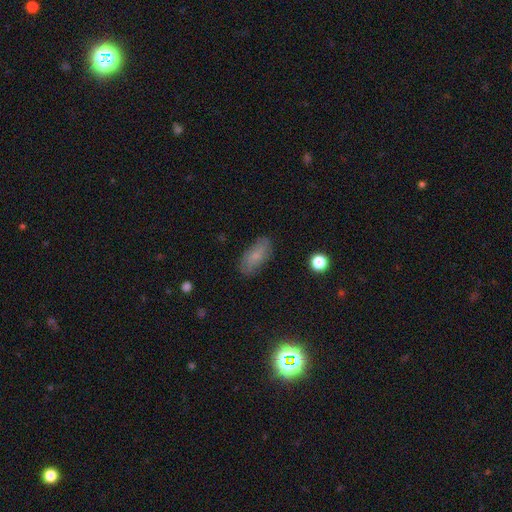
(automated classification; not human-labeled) Smooth or featured? Predicted: smooth (p=0.73). How rounded? Predicted: in between (p=0.87). Merging? Predicted: none (p=0.82).